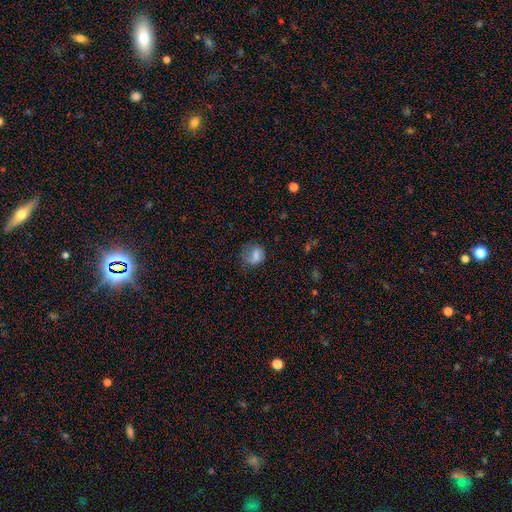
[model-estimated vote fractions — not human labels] Overall: smooth (69%). How rounded: round (55%; in between 43%). Merging: none (46%; minor disturbance 28%).